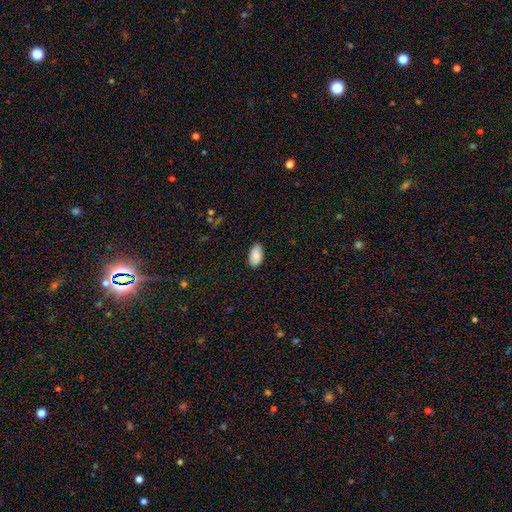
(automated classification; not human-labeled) The model was most divided on "merging": none: 85%, minor disturbance: 12%, major disturbance: 2%, merger: 1%. More confident: how rounded — in between (95%); smooth or featured — smooth (86%).